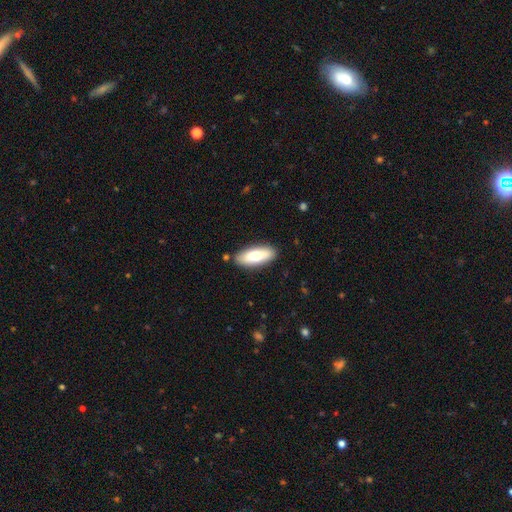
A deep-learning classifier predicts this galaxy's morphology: type=smooth (74%); roundness=in between (71%); merging=none (86%).